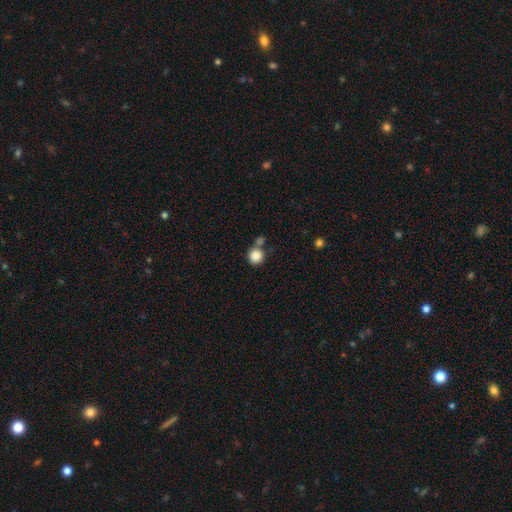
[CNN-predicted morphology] smooth 86%, star or artifact 10%, featured or disk 5%. Down the decision tree: how rounded — round (93%); merging — none (61%).